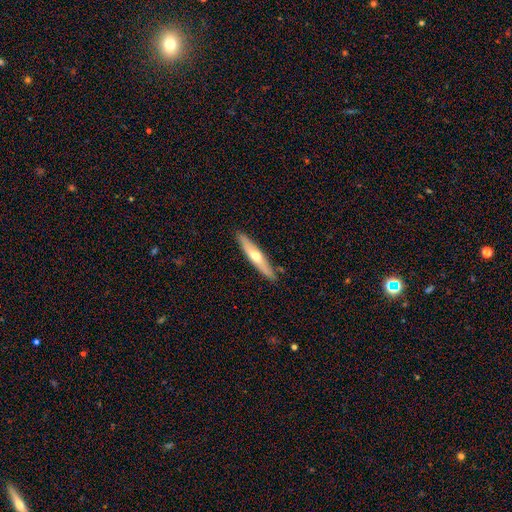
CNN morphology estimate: A featured or disk galaxy (49%).

Vote fractions:
- Smooth or featured? featured or disk: 49% / smooth: 45% / star or artifact: 5%
- Merging? none: 87% / minor disturbance: 10% / major disturbance: 2% / merger: 2%